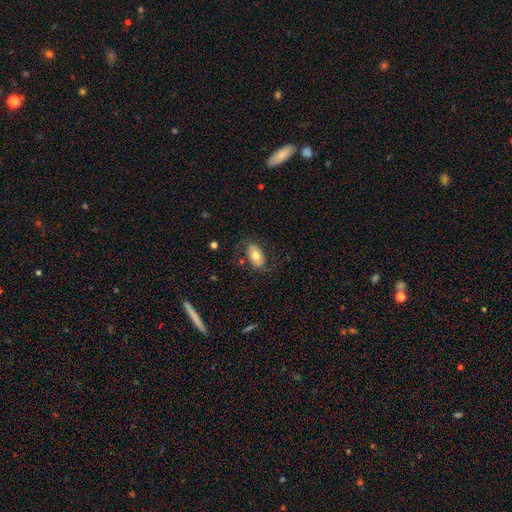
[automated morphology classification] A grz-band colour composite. It shows a smooth galaxy with no disk features (65%) that is in between round and cigar-shaped (92%). Merging: none (72%).